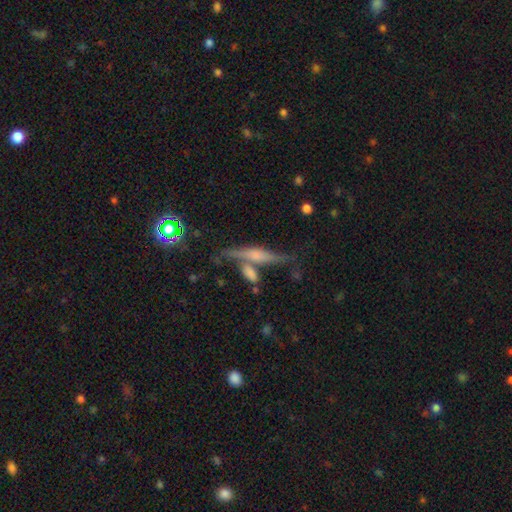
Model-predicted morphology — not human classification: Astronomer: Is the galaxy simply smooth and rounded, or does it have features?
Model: featured or disk — 56% (runner-up: smooth, 34%).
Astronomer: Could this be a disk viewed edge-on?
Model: yes — 92%.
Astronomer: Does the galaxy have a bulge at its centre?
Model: rounded — 56%.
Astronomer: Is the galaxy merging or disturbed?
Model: none — 59%.